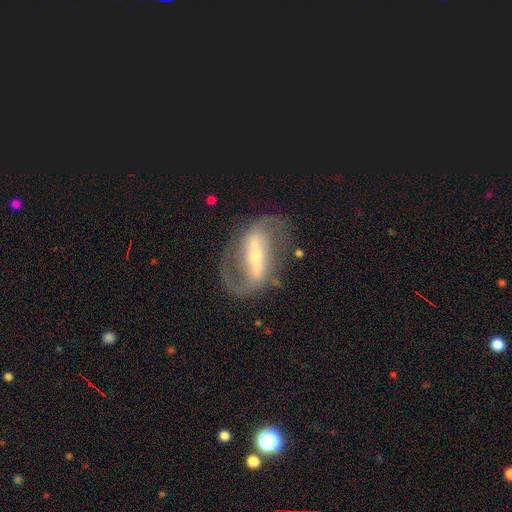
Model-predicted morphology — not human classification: A featured or disk galaxy (87%) with a strong bar (71%), 2 (89%) medium (47%) spiral arms (92%) and a small central bulge (61%).

Vote fractions:
- Smooth or featured? featured or disk: 87% / smooth: 7% / star or artifact: 5%
- Edge-on disk? no: 94% / yes: 6%
- Bar? strong: 71% / weak: 20% / no: 9%
- Spiral arms? yes: 92% / no: 8%
- Spiral winding? medium: 47% / loose: 37% / tight: 16%
- Spiral arm count? 2: 89% / 1: 4% / can't tell: 4% / 3: 1% / 4: 1% / more than 4: 1%
- Bulge size? small: 61% / moderate: 31% / large: 4% / none: 2% / dominant: 1%
- Merging? none: 74% / minor disturbance: 13% / major disturbance: 11% / merger: 2%